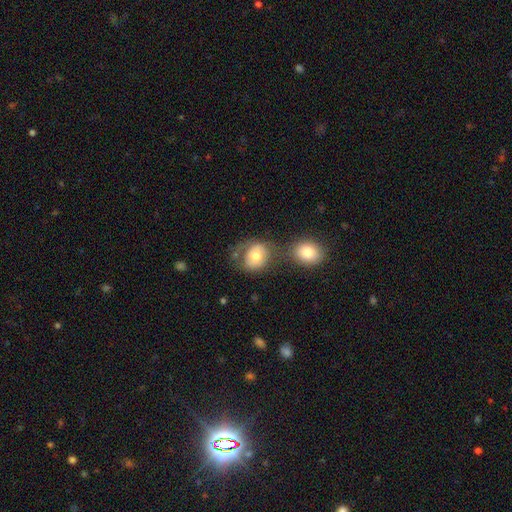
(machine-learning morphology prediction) smooth 69%, featured or disk 23%, star or artifact 8%. Down the decision tree: how rounded — round (63%); merging — none (44%).